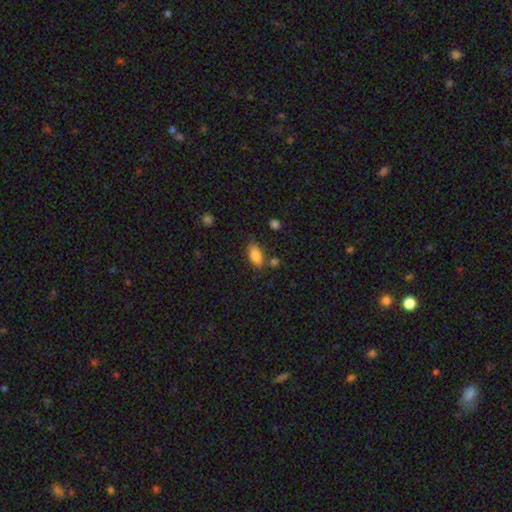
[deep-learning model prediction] Morphology: type=smooth (86%); roundness=in between (88%); merging=none (71%).